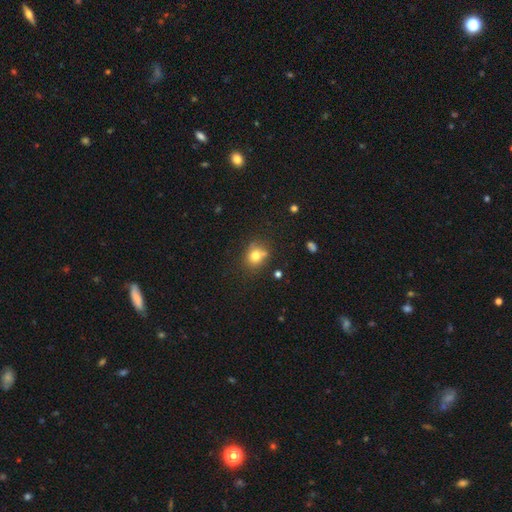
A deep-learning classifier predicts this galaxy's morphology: smooth-or-featured: smooth: 75% | star or artifact: 13% | featured or disk: 11%
  how-rounded: round: 70% | in between: 29% | cigar-shaped: 1%
  merging: none: 62% | minor disturbance: 18% | merger: 15% | major disturbance: 6%